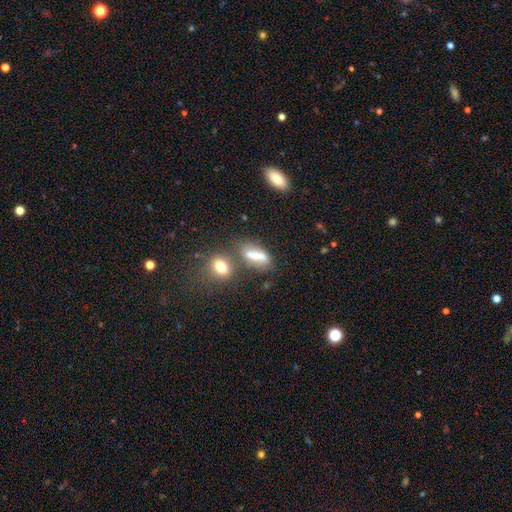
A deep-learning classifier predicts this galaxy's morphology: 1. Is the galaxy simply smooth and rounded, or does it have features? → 62% smooth, 25% featured or disk, 12% star or artifact.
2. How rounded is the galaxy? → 53% in between, 40% cigar-shaped, 7% round.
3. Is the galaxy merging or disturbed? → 50% none, 22% merger, 18% minor disturbance, 10% major disturbance.